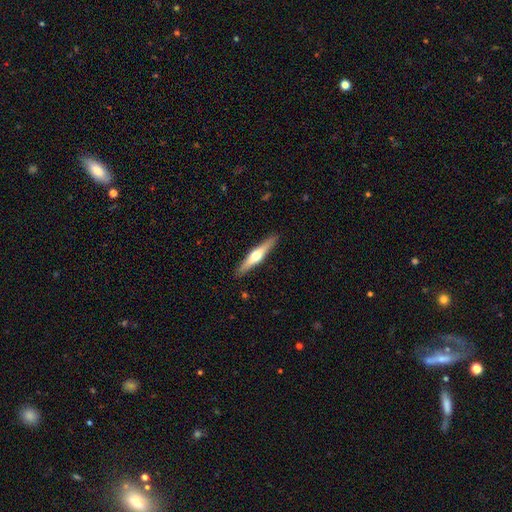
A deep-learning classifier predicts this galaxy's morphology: Smooth or featured? featured or disk (60%)
Edge-on disk? yes (96%)
Edge-on bulge? rounded (93%)
Merging? none (90%)